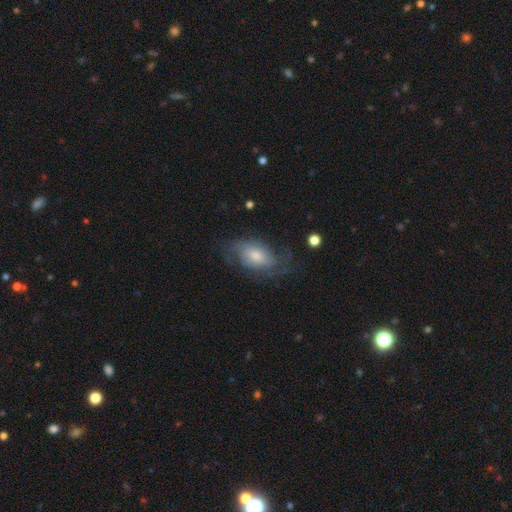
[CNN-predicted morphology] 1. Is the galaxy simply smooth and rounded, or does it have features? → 53% featured or disk, 40% smooth, 7% star or artifact.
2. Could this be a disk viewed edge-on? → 93% no, 7% yes.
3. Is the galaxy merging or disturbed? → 50% none, 25% minor disturbance, 22% major disturbance, 2% merger.